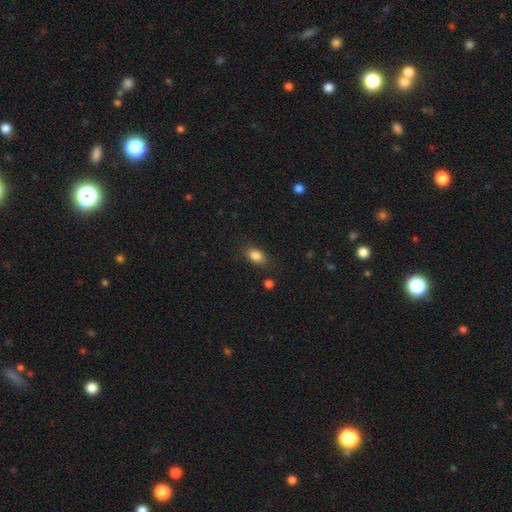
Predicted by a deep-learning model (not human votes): A smooth galaxy with no disk features (85%) that is in between round and cigar-shaped (84%). Merging: none (81%).